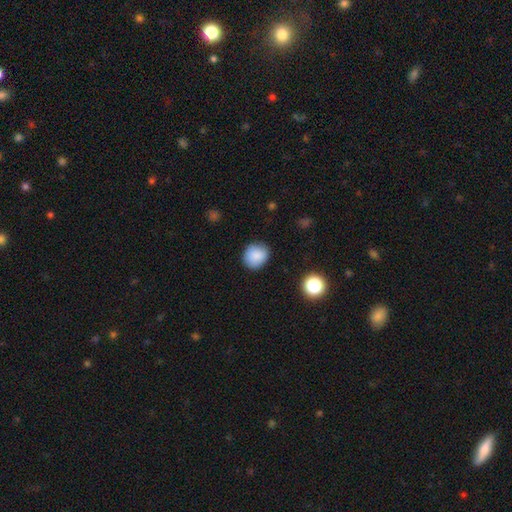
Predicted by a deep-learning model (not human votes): Morphology: type=smooth (86%); roundness=round (83%); merging=none (85%).